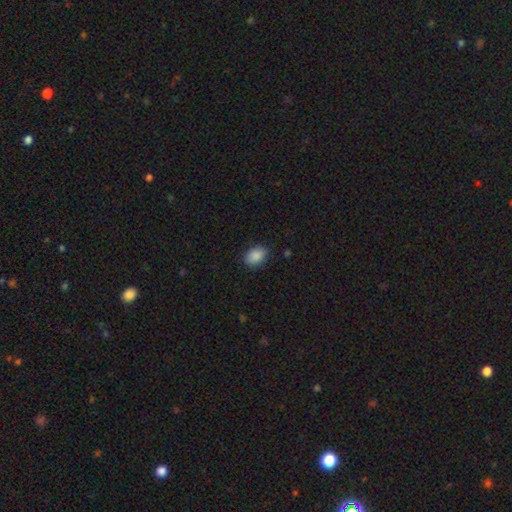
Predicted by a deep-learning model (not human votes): This is clearly a smooth galaxy (89%). How rounded: clearly in between (82%). Merging: clearly none (82%).